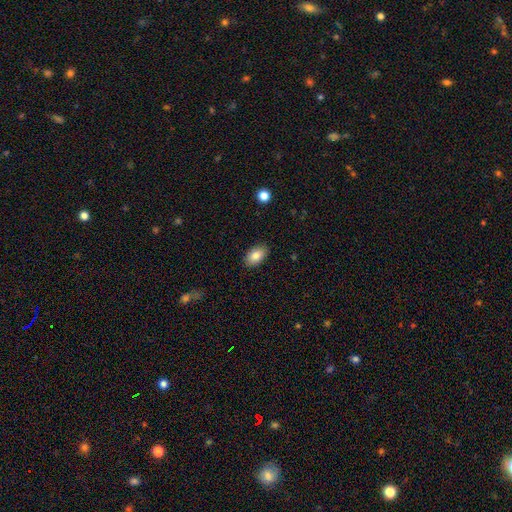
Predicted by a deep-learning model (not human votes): The model was most divided on "smooth or featured": smooth: 83%, featured or disk: 9%, star or artifact: 8%. More confident: how rounded — in between (91%); merging — none (88%).